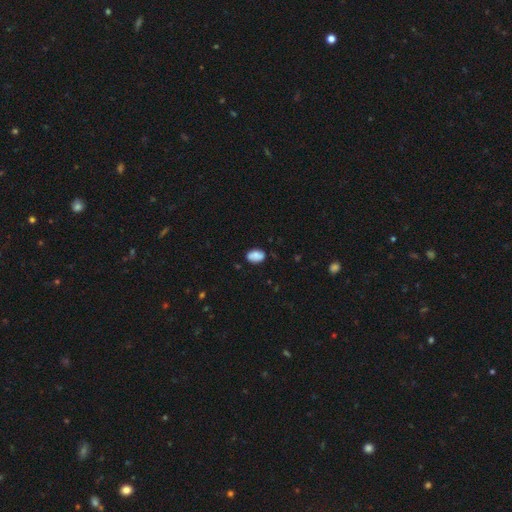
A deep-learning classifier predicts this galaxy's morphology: Smooth or featured: smooth — 83% (featured or disk — 9%)
How rounded: in between — 86% (round — 13%)
Merging: none — 76% (minor disturbance — 19%)